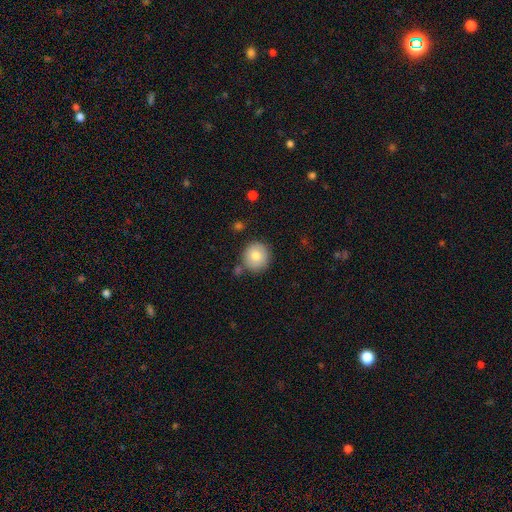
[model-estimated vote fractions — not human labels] Overall: smooth (78%). How rounded: round (92%). Merging: none (80%).